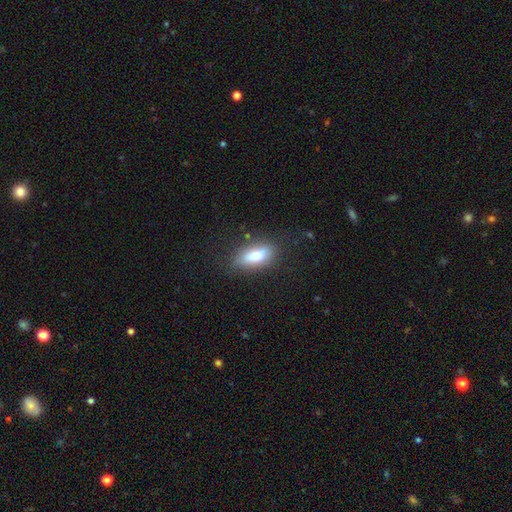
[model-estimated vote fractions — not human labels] Smooth or featured: smooth — 74% (featured or disk — 18%)
How rounded: in between — 77% (cigar-shaped — 20%)
Merging: none — 75% (minor disturbance — 18%)